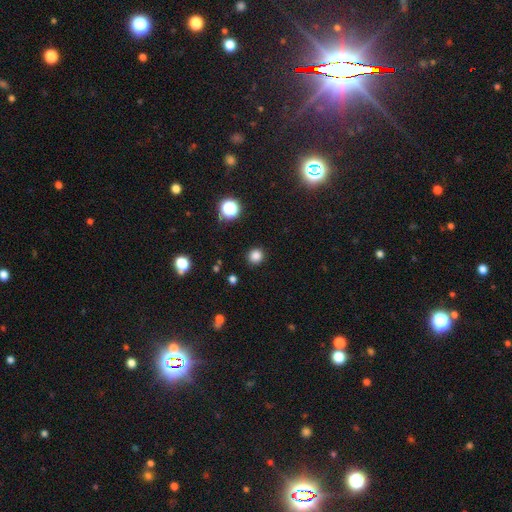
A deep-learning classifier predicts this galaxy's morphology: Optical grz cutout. It shows a smooth galaxy with no disk features (83%) that is round (91%). Merging: none (90%).